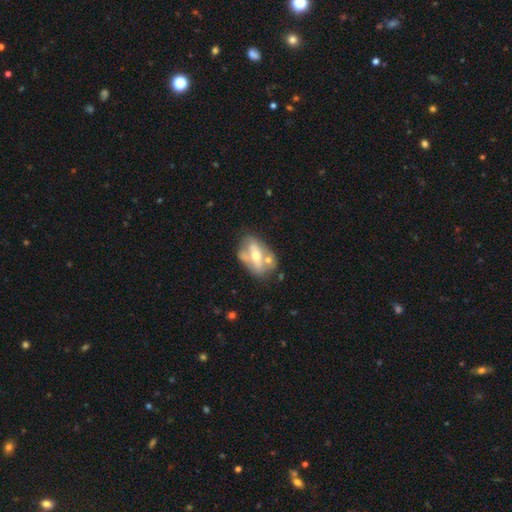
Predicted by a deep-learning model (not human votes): featured or disk 61%, smooth 32%, star or artifact 7%. Down the decision tree: edge-on disk — no (84%); bar — no (45%); spiral arms — no (78%); bulge size — moderate (69%); merging — none (46%).